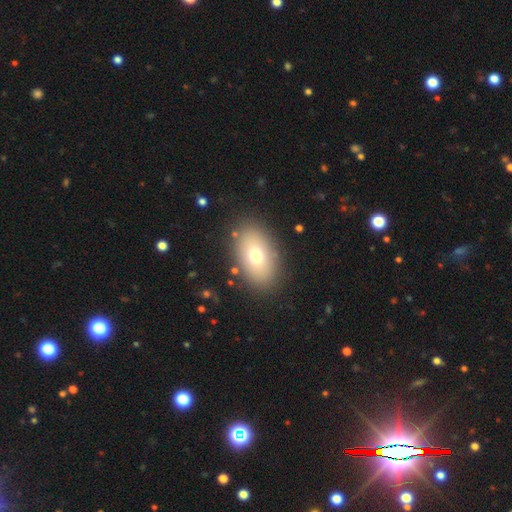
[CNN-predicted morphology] The model was most divided on "smooth or featured": smooth: 72%, featured or disk: 18%, star or artifact: 10%. More confident: how rounded — in between (88%); merging — none (86%).